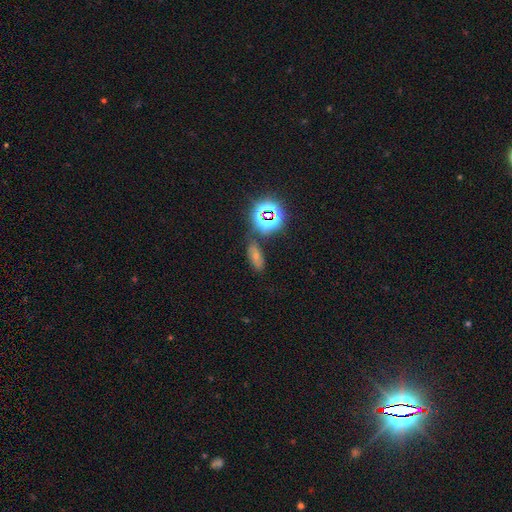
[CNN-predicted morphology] Smooth or featured? Predicted: smooth (p=0.53). How rounded? Predicted: in between (p=0.79). Merging? Predicted: none (p=0.67).